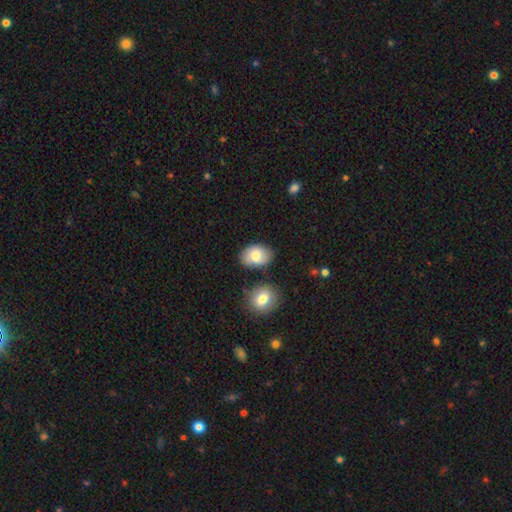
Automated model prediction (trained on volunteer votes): This is likely a smooth galaxy (77%). How rounded: likely in between (77%). Merging: likely none (72%).